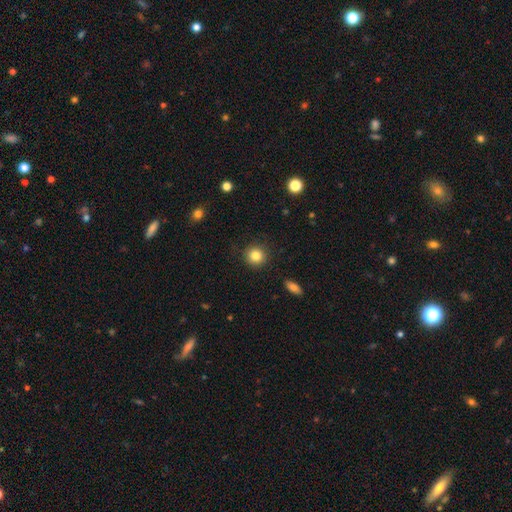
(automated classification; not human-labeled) A smooth galaxy with no disk features (84%) that is round (92%).

Vote fractions:
- Smooth or featured? smooth: 84% / star or artifact: 10% / featured or disk: 6%
- How rounded? round: 92% / in between: 7% / cigar-shaped: 1%
- Merging? none: 89% / minor disturbance: 7% / major disturbance: 2% / merger: 1%